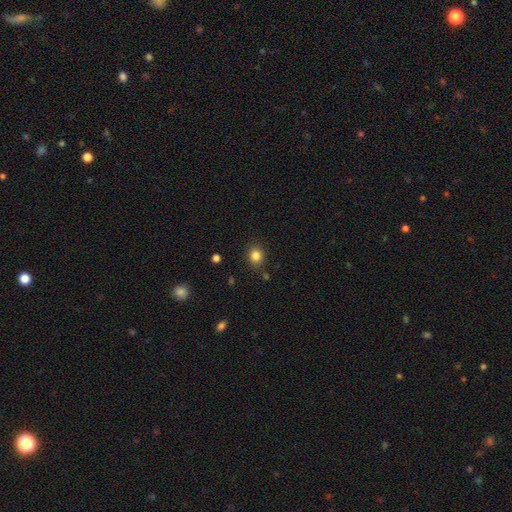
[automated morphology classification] Smooth or featured? smooth (84%)
How rounded? round (69%)
Merging? none (85%)